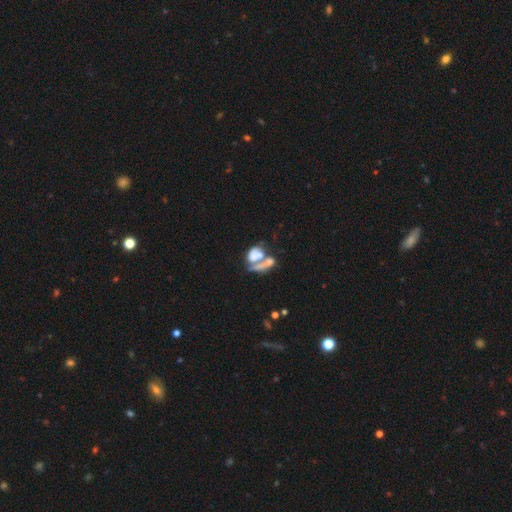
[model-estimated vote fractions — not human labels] Smooth or featured?
  - smooth: 53% *
  - featured or disk: 34%
  - star or artifact: 13%
How rounded?
  - in between: 68% *
  - round: 26%
  - cigar-shaped: 5%
Merging?
  - merger: 61% *
  - none: 18%
  - major disturbance: 13%
  - minor disturbance: 8%